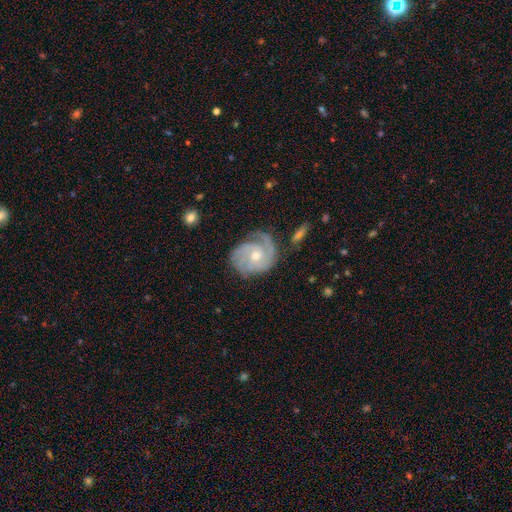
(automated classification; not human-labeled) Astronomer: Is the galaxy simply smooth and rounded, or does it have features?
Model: featured or disk — 87%.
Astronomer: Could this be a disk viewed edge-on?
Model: no — 98%.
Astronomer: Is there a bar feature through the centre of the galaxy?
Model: no — 71%.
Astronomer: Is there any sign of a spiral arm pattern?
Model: yes — 97%.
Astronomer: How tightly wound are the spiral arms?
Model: tight — 61%.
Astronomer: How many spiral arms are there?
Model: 3 — 43% (runner-up: 2, 23%).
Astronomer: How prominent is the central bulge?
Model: moderate — 55% (runner-up: small, 41%).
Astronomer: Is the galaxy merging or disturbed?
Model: none — 70%.